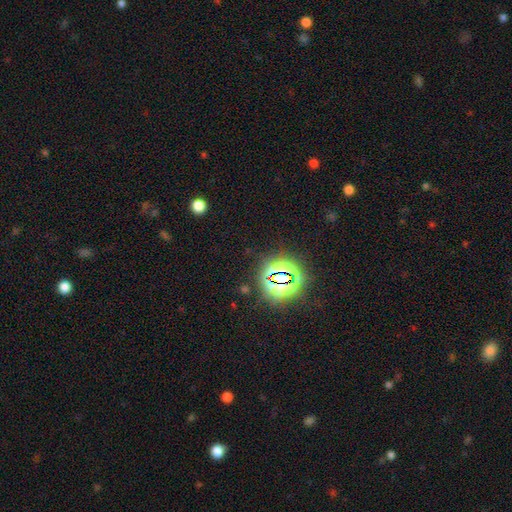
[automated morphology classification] smooth-or-featured: star or artifact: 78% | smooth: 14% | featured or disk: 8%